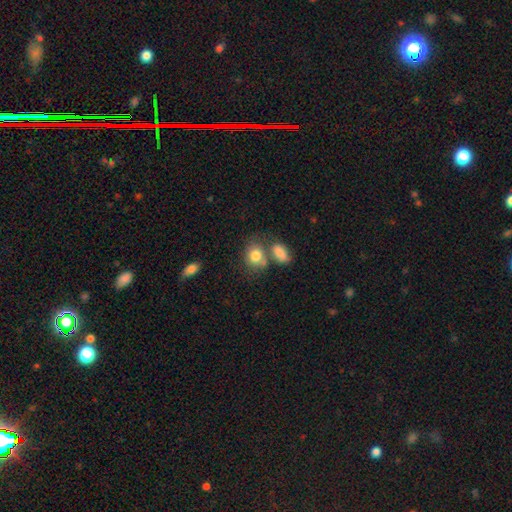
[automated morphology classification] Smooth or featured? smooth (82%)
How rounded? in between (50%)
Merging? none (47%)